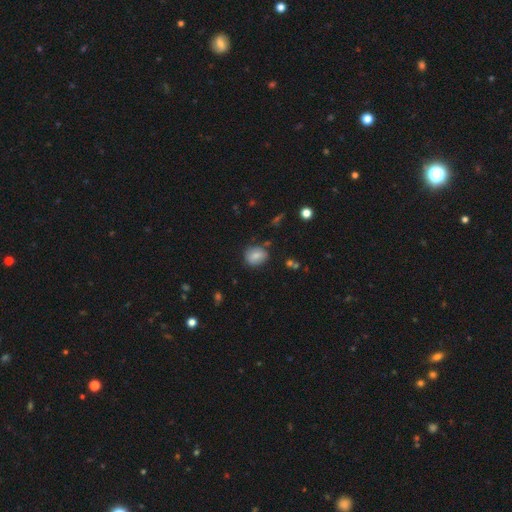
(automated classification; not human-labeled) A smooth galaxy with no disk features (79%) that is round (59%). Merging: none (75%).